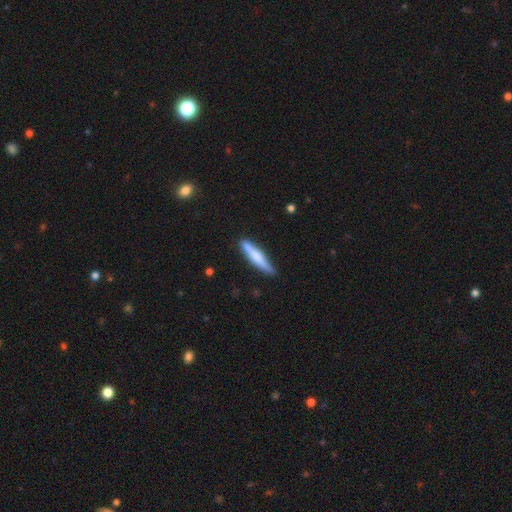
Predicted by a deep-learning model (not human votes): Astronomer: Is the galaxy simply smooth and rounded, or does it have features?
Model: smooth — 61%.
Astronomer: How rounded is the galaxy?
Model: cigar-shaped — 89%.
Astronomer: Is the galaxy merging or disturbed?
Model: none — 81%.